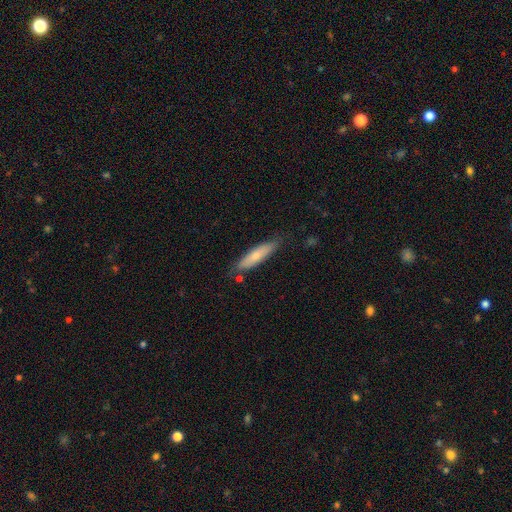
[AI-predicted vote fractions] Smooth or featured? Predicted: smooth (p=0.65). How rounded? Predicted: cigar-shaped (p=0.77). Merging? Predicted: none (p=0.79).